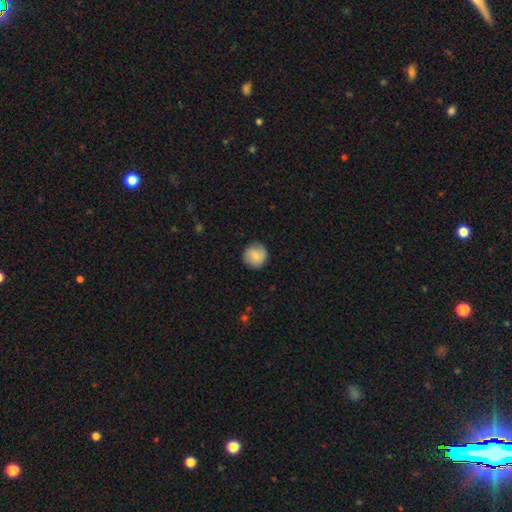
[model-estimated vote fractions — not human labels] The model was most divided on "smooth or featured": smooth: 81%, featured or disk: 12%, star or artifact: 7%. More confident: how rounded — round (94%); merging — none (86%).